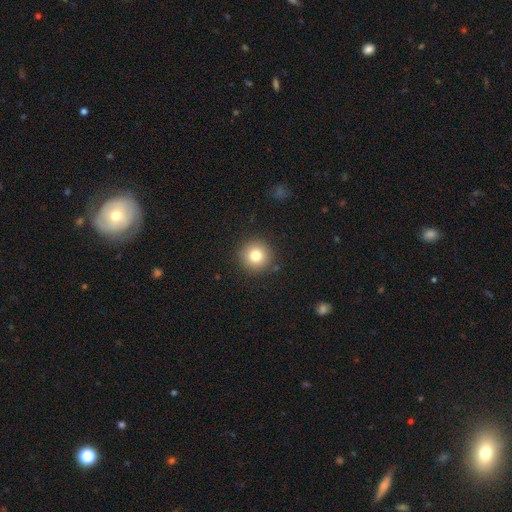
Smooth or featured: smooth — 75% (featured or disk — 15%)
How rounded: round — 100%
Merging: none — 89% (minor disturbance — 11%)